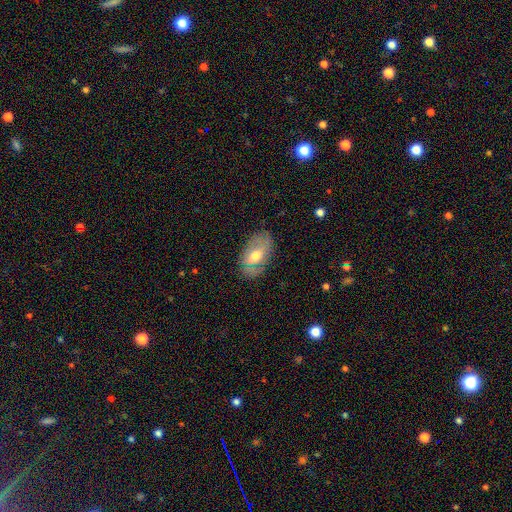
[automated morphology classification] This appears to be a smooth galaxy with no disk features (51%) that is in between round and cigar-shaped (90%). Merging: none (73%).